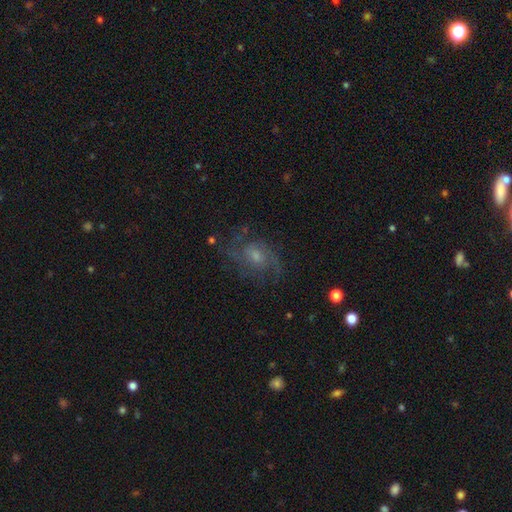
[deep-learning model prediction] Smooth or featured?
  - featured or disk: 72% *
  - smooth: 15%
  - star or artifact: 14%
Edge-on disk?
  - no: 96% *
  - yes: 4%
Bar?
  - no: 61% *
  - weak: 34%
  - strong: 5%
Spiral arms?
  - yes: 92% *
  - no: 8%
Spiral winding?
  - medium: 50% *
  - tight: 28%
  - loose: 22%
Spiral arm count?
  - 2: 56% *
  - can't tell: 21%
  - 3: 12%
  - 1: 4%
  - 4: 4%
  - more than 4: 3%
Bulge size?
  - moderate: 46% *
  - small: 39%
  - large: 7%
  - none: 7%
  - dominant: 2%
Merging?
  - none: 72% *
  - minor disturbance: 16%
  - major disturbance: 11%
  - merger: 1%